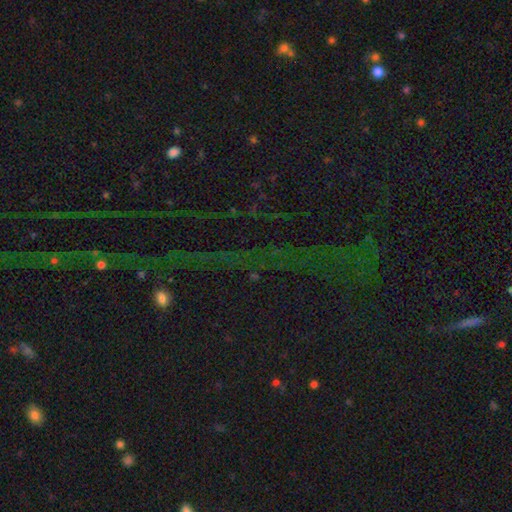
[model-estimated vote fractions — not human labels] A star or artifact, not a galaxy (79%).